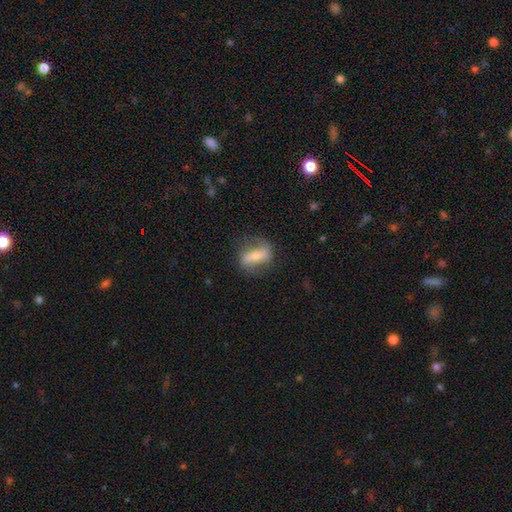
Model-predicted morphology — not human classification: Smooth or featured? Predicted: featured or disk (p=0.55). Edge-on disk? Predicted: no (p=0.85). Merging? Predicted: none (p=0.73).